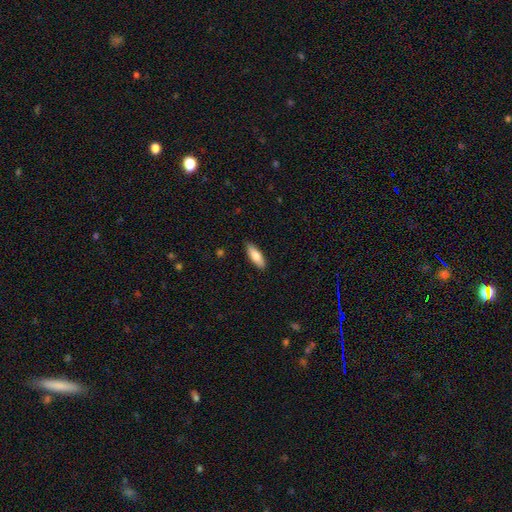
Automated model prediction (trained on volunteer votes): Morphology: type=smooth (79%); roundness=in between (59%); merging=none (87%).